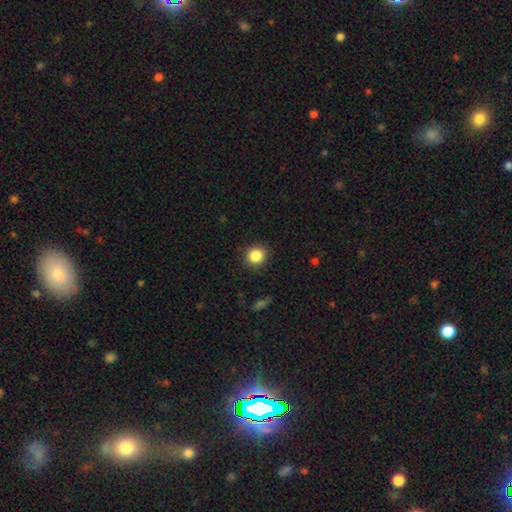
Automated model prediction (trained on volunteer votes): The model was most divided on "smooth or featured": smooth: 86%, star or artifact: 10%, featured or disk: 4%. More confident: merging — none (90%); how rounded — round (88%).